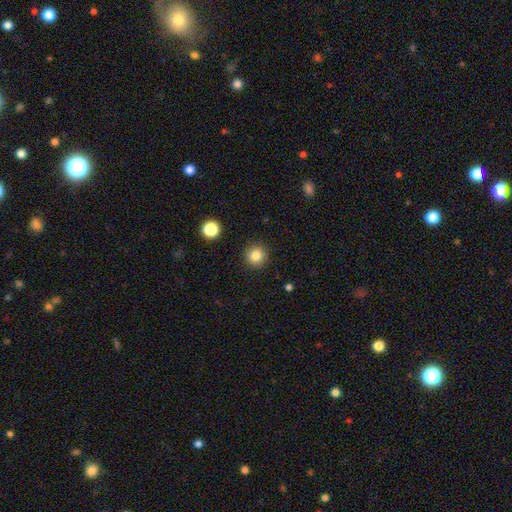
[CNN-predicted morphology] Smooth or featured? smooth (83%)
How rounded? round (94%)
Merging? none (92%)